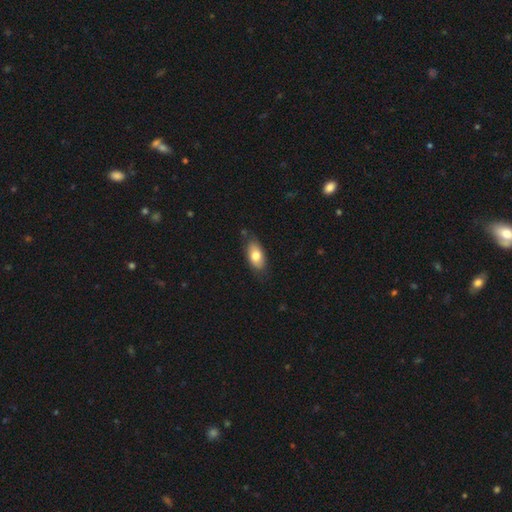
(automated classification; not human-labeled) Smooth or featured: smooth — 76% (featured or disk — 17%)
How rounded: in between — 90% (cigar-shaped — 6%)
Merging: none — 77% (minor disturbance — 18%)